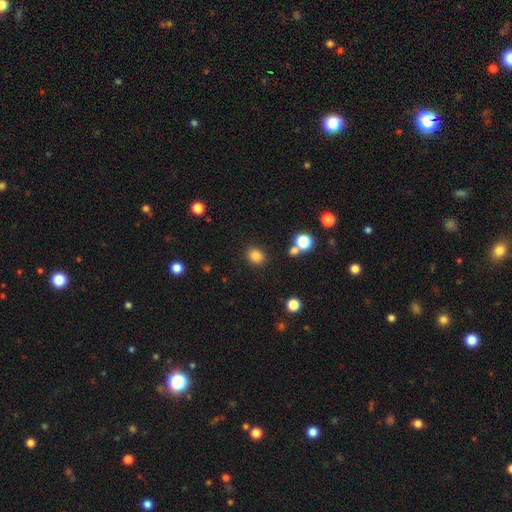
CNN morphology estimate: Smooth or featured?
  - smooth: 83% *
  - star or artifact: 13%
  - featured or disk: 4%
How rounded?
  - round: 77% *
  - in between: 22%
  - cigar-shaped: 1%
Merging?
  - none: 86% *
  - minor disturbance: 8%
  - merger: 4%
  - major disturbance: 3%